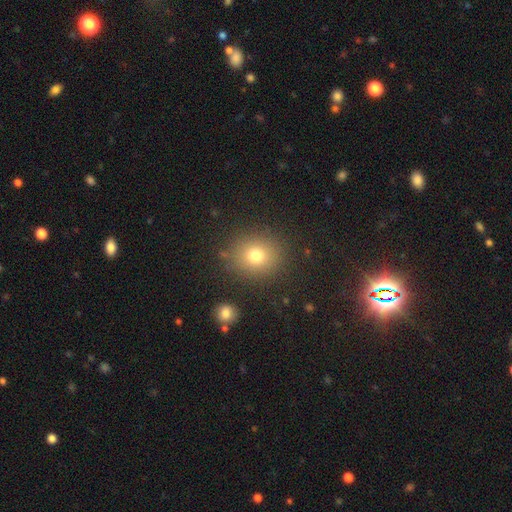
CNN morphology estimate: type=smooth (76%); roundness=round (75%); merging=none (85%).